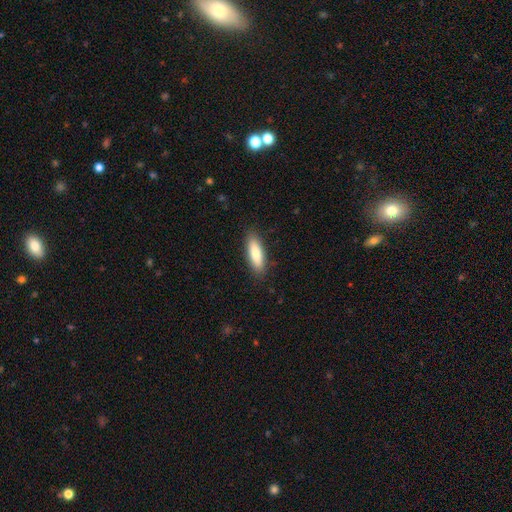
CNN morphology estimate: Q: Smooth or featured?
A: smooth (80%); runner-up: featured or disk (15%)
Q: How rounded?
A: in between (52%); runner-up: cigar-shaped (46%)
Q: Merging?
A: none (87%); runner-up: minor disturbance (10%)